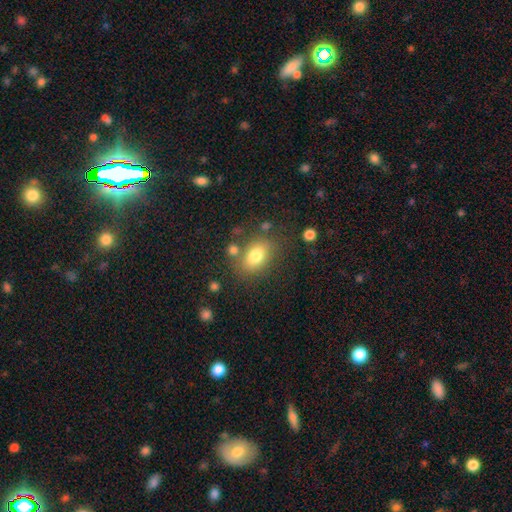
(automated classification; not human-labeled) smooth-or-featured: smooth: 77% | featured or disk: 13% | star or artifact: 10%
  how-rounded: in between: 73% | round: 25% | cigar-shaped: 1%
  merging: none: 70% | minor disturbance: 15% | merger: 8% | major disturbance: 6%